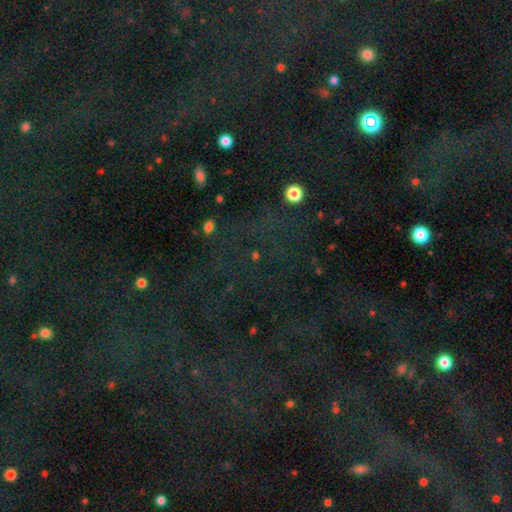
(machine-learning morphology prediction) star or artifact 67%, smooth 22%, featured or disk 11%.